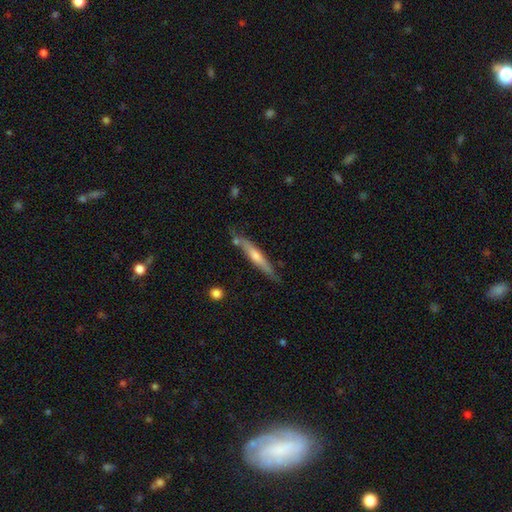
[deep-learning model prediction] This appears to be a featured or disk galaxy (59%) viewed edge-on (93%) with a rounded central bulge (66%). Merging: none (78%).